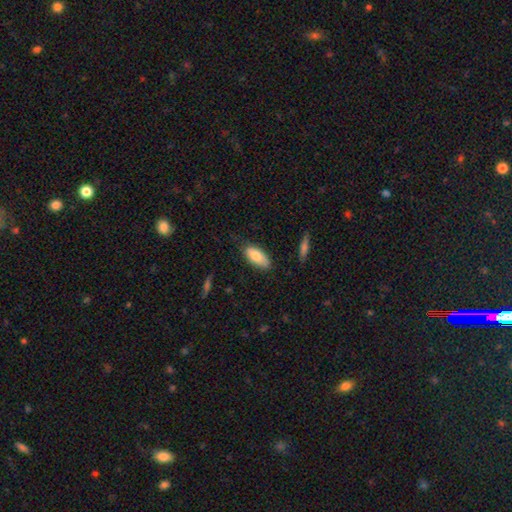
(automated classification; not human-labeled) Smooth or featured: smooth — 81% (featured or disk — 12%)
How rounded: in between — 87% (cigar-shaped — 11%)
Merging: none — 74% (minor disturbance — 20%)